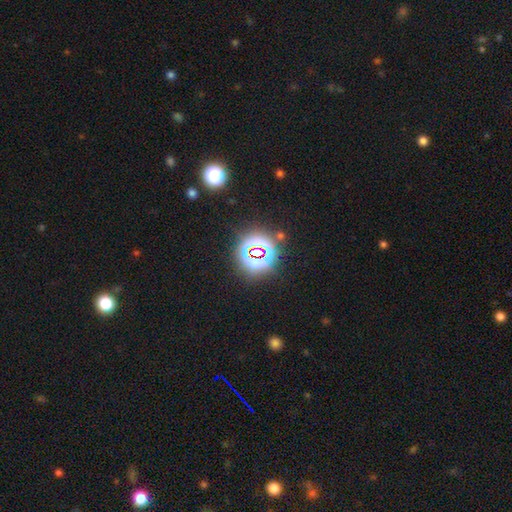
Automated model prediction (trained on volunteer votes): A star or artifact, not a galaxy (75%).

Vote fractions:
- Smooth or featured? star or artifact: 75% / smooth: 16% / featured or disk: 8%